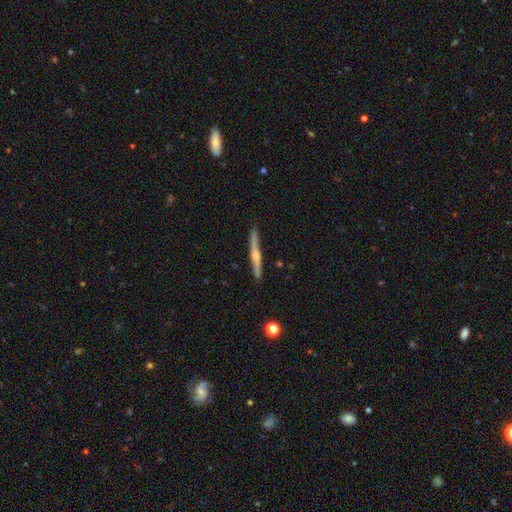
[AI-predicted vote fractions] Morphology: type=featured or disk (65%); edge-on=yes (97%); edge-on bulge=rounded (67%); merging=none (88%).